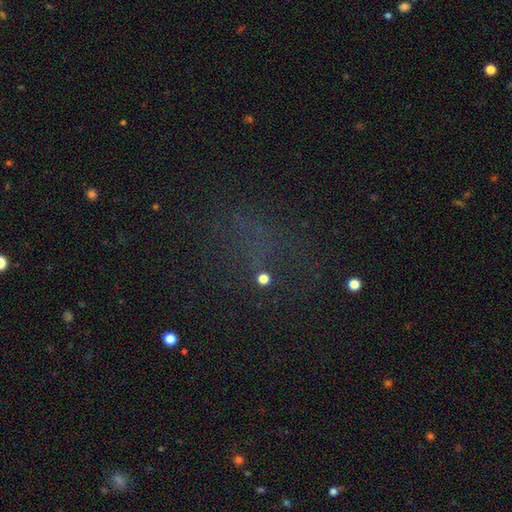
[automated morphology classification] A star or artifact, not a galaxy (52%).